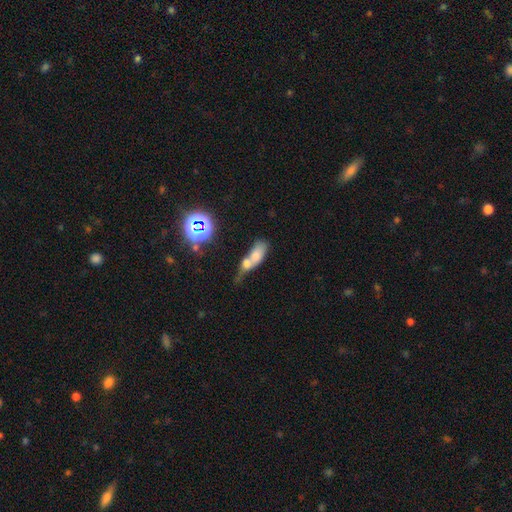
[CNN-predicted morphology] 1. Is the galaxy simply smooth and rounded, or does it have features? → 62% smooth, 23% featured or disk, 15% star or artifact.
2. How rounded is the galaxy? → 69% in between, 17% cigar-shaped, 13% round.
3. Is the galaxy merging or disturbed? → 65% merger, 17% none, 10% minor disturbance, 9% major disturbance.